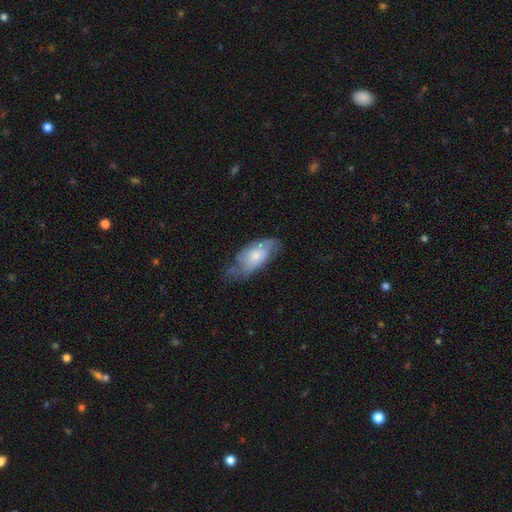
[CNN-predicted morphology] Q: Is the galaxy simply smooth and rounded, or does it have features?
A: featured or disk — 50%.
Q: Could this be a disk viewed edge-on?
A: no — 89%.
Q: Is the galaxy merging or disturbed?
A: none — 46%.